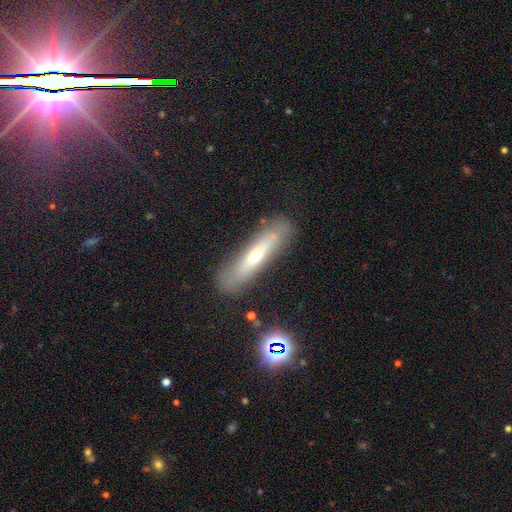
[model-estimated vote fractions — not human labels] This is possibly a featured or disk galaxy (46%). Merging: likely none (77%).